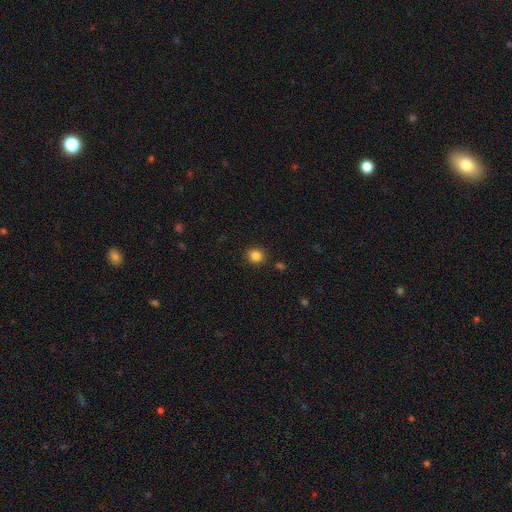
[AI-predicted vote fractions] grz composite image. It shows a smooth galaxy with no disk features (84%) that is round (79%). Merging: none (89%).